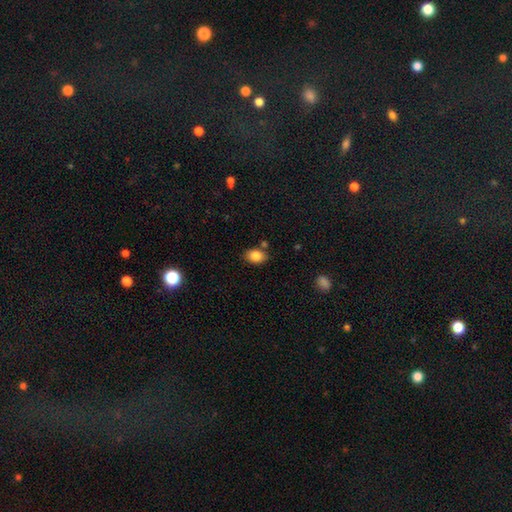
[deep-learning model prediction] smooth-or-featured: smooth: 85% | star or artifact: 8% | featured or disk: 7%
  how-rounded: in between: 79% | round: 20% | cigar-shaped: 1%
  merging: none: 78% | minor disturbance: 13% | merger: 6% | major disturbance: 3%